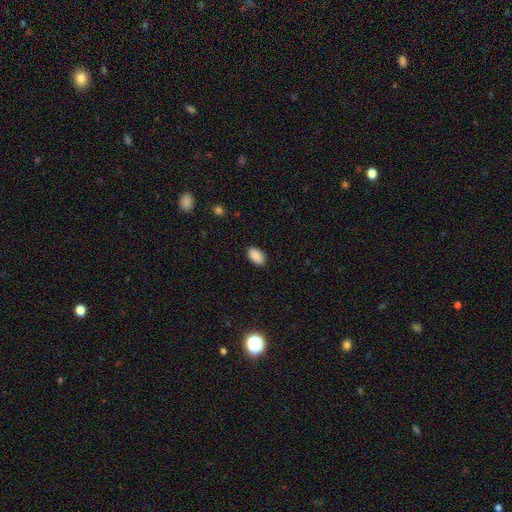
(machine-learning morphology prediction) type=smooth (89%); roundness=in between (94%); merging=none (87%).